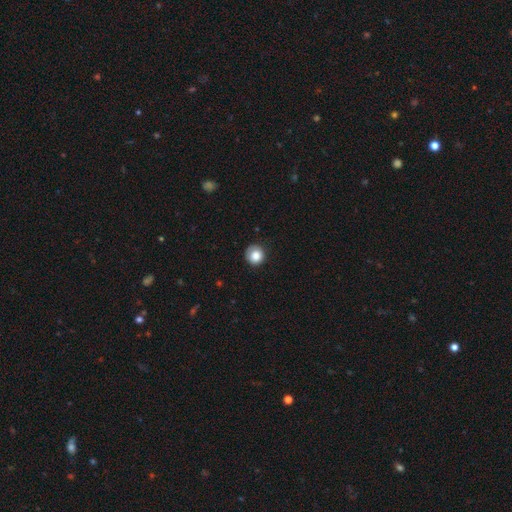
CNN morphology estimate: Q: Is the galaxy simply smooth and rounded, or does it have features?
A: smooth — 84%.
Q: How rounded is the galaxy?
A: round — 92%.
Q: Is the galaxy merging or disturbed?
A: none — 77%.